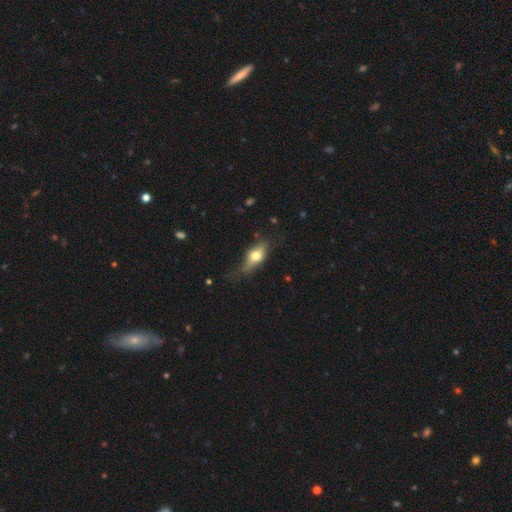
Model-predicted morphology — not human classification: A smooth galaxy with no disk features (58%) that is in between round and cigar-shaped (71%).

Vote fractions:
- Smooth or featured? smooth: 58% / featured or disk: 35% / star or artifact: 7%
- How rounded? in between: 71% / cigar-shaped: 21% / round: 8%
- Merging? none: 51% / minor disturbance: 31% / major disturbance: 16% / merger: 3%